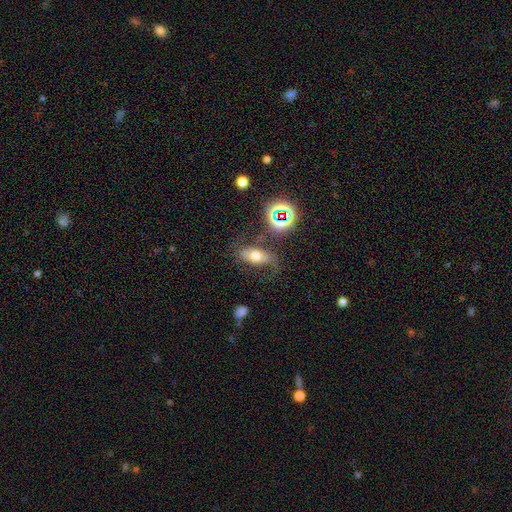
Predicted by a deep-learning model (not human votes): Smooth or featured: smooth — 53% (featured or disk — 31%)
How rounded: in between — 86% (round — 8%)
Merging: none — 54% (minor disturbance — 23%)